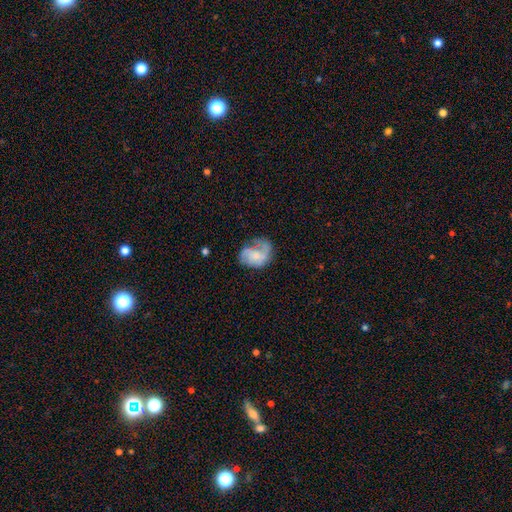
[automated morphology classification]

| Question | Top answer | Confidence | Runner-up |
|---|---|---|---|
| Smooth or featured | featured or disk | 56% | smooth (36%) |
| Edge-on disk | no | 98% | yes (2%) |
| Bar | no | 71% | weak (25%) |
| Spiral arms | yes | 79% | no (21%) |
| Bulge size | small | 42% | moderate (30%) |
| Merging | none | 44% | minor disturbance (28%) |